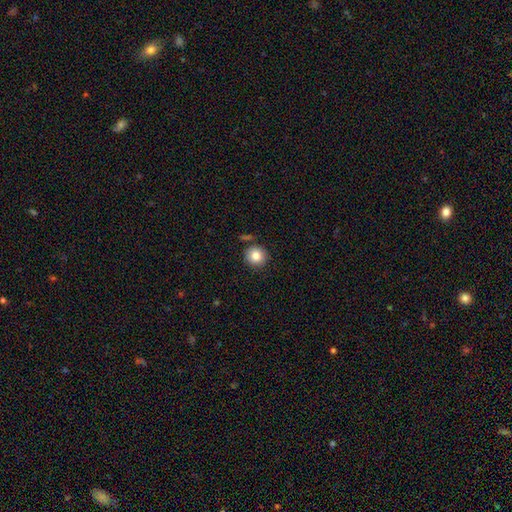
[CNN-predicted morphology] Smooth or featured? Predicted: smooth (p=0.84). How rounded? Predicted: round (p=0.93). Merging? Predicted: none (p=0.82).